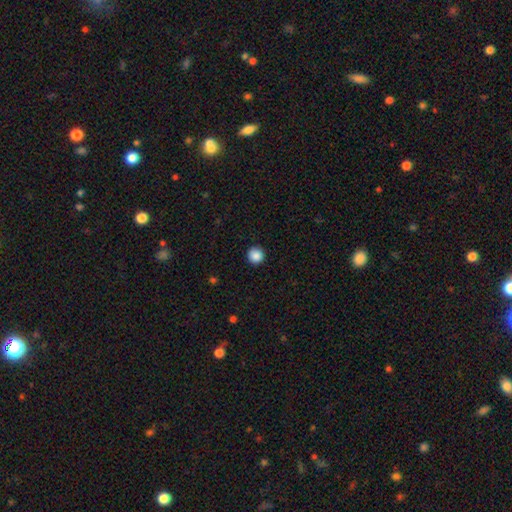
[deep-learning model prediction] Smooth or featured: smooth — 88% (star or artifact — 9%)
How rounded: round — 95% (in between — 4%)
Merging: none — 93% (minor disturbance — 5%)